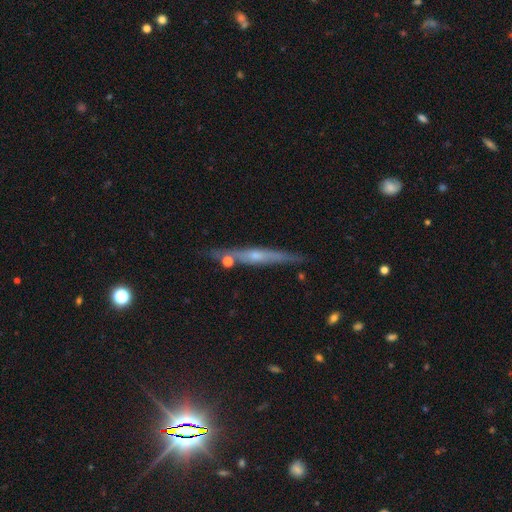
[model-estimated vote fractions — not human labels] featured or disk 65%, smooth 25%, star or artifact 10%. Down the decision tree: edge-on disk — yes (93%); edge-on bulge — rounded (63%); merging — none (80%).